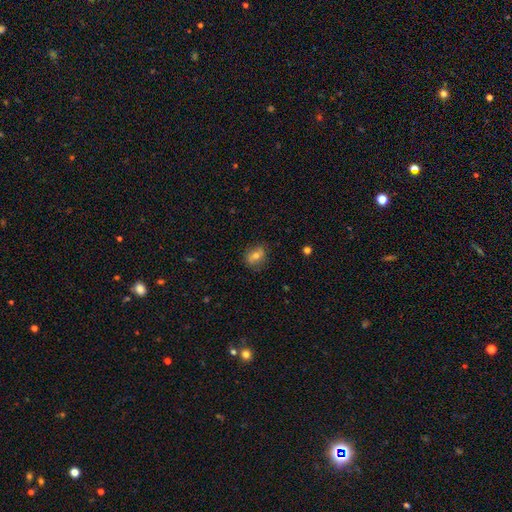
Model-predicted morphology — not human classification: smooth_or_featured: smooth (p=0.63) [alt: featured or disk p=0.24]
how_rounded: in between (p=0.50) [alt: round p=0.48]
merging: none (p=0.78) [alt: minor disturbance p=0.16]